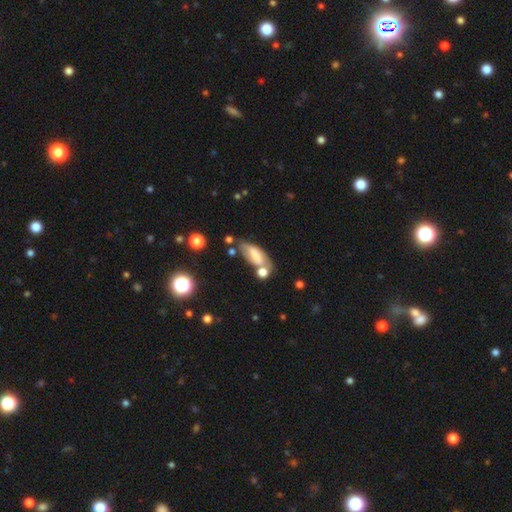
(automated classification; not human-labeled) Smooth or featured? smooth (63%)
How rounded? in between (76%)
Merging? none (47%)